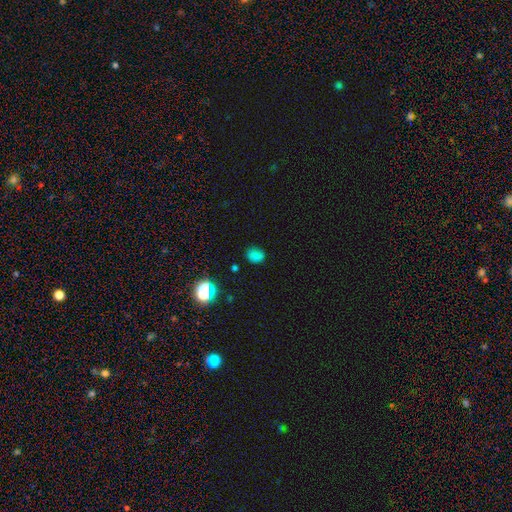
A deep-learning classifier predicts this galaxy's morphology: This appears to be a smooth galaxy with no disk features (73%) that is round (59%). Merging: none (77%).